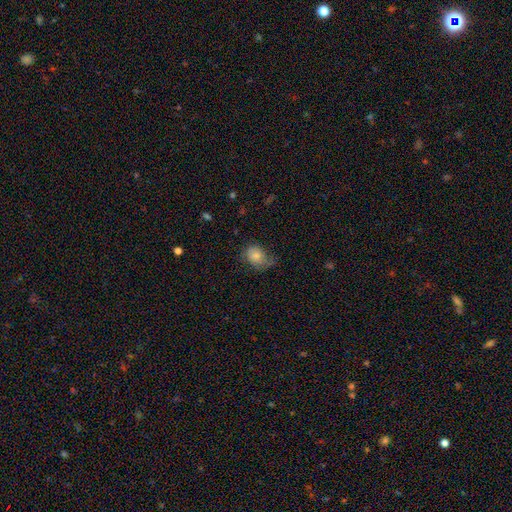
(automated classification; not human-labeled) This appears to be a smooth galaxy with no disk features (68%) that is in between round and cigar-shaped (52%). Merging: none (44%).